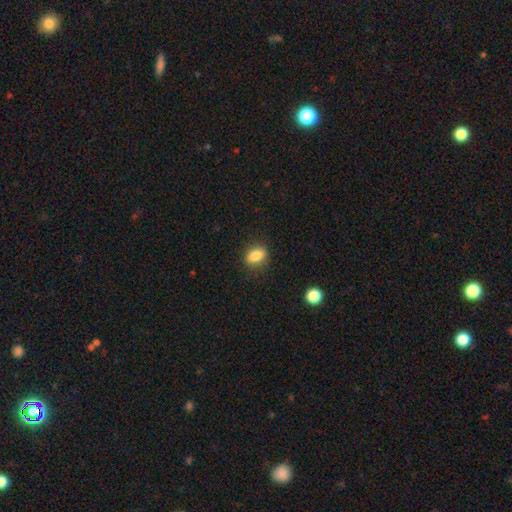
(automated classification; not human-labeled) smooth_or_featured: smooth (p=0.81) [alt: featured or disk p=0.10]
how_rounded: in between (p=0.75) [alt: round p=0.18]
merging: none (p=0.85) [alt: minor disturbance p=0.11]